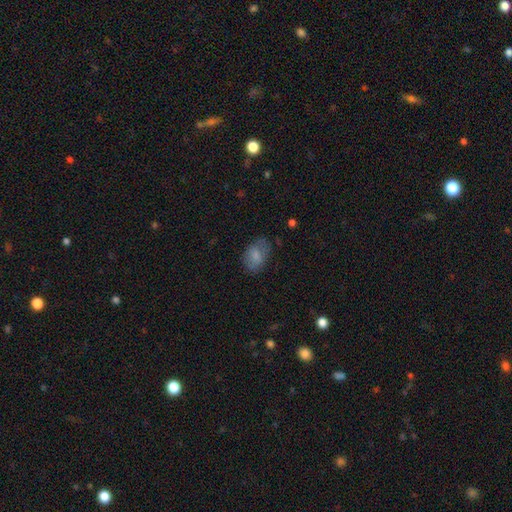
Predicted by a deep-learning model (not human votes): Morphology: type=smooth (74%); roundness=in between (83%); merging=none (66%).